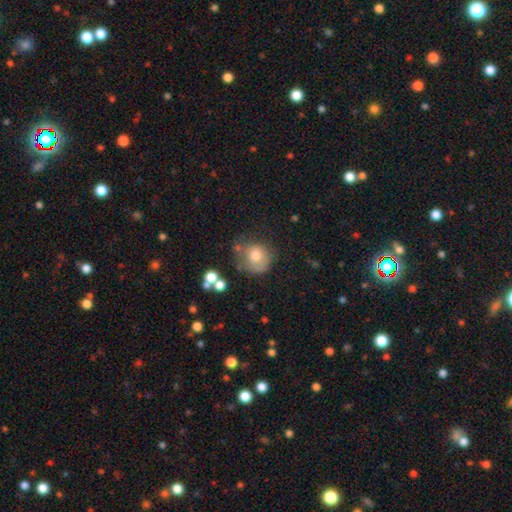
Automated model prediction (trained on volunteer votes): Morphology: type=smooth (71%); roundness=round (87%); merging=none (54%).